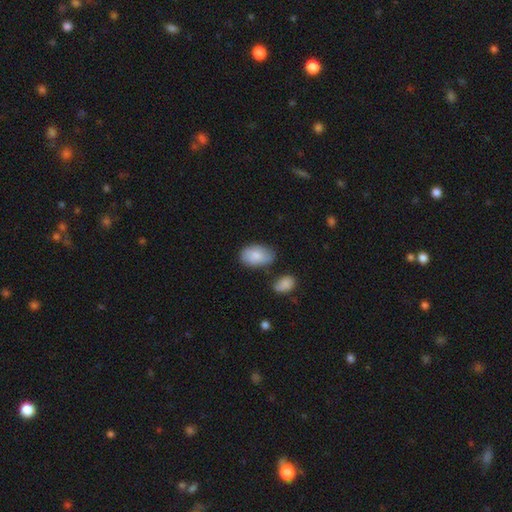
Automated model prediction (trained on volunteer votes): Smooth or featured? smooth (84%)
How rounded? in between (92%)
Merging? none (68%)